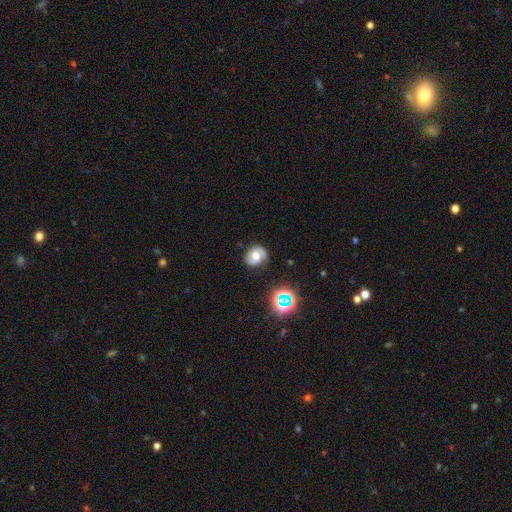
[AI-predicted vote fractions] Smooth or featured? featured or disk (49%)
Merging? none (71%)